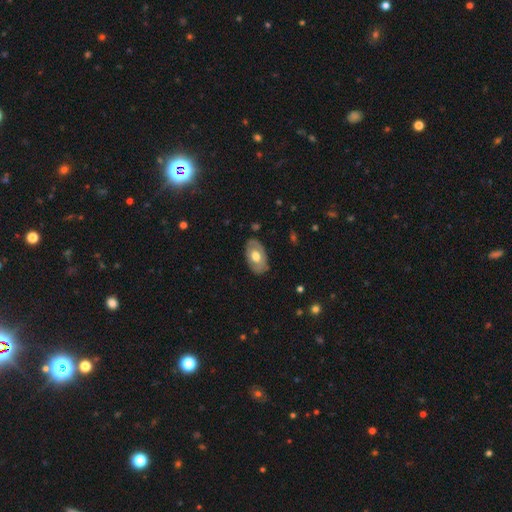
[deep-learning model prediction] Smooth or featured?
  - smooth: 52% *
  - featured or disk: 43%
  - star or artifact: 5%
How rounded?
  - in between: 90% *
  - round: 8%
  - cigar-shaped: 1%
Merging?
  - none: 80% *
  - minor disturbance: 15%
  - major disturbance: 3%
  - merger: 1%